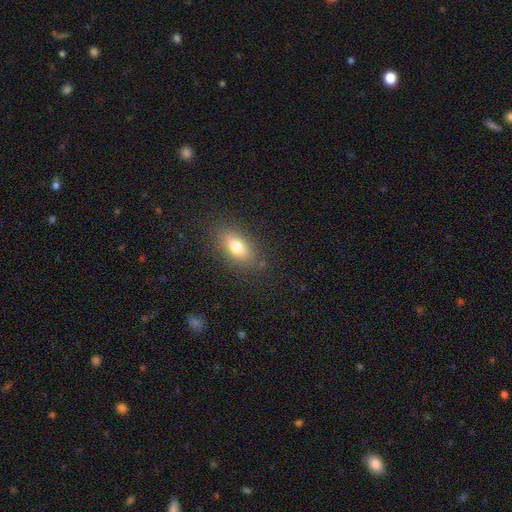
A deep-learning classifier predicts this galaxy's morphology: Q: Smooth or featured?
A: smooth (71%); runner-up: star or artifact (19%)
Q: How rounded?
A: in between (83%); runner-up: round (14%)
Q: Merging?
A: none (89%); runner-up: minor disturbance (8%)